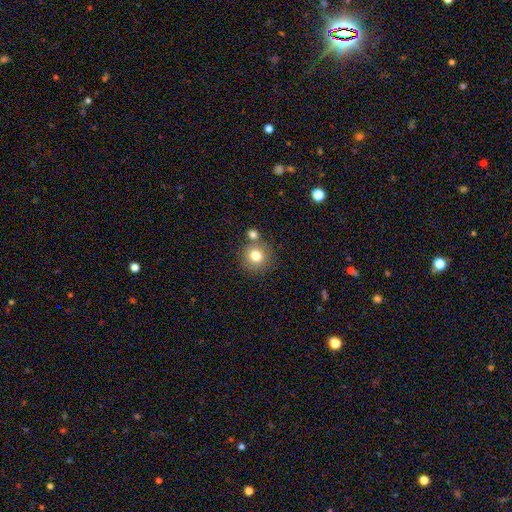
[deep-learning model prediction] Morphology: type=smooth (79%); roundness=round (90%); merging=none (71%).